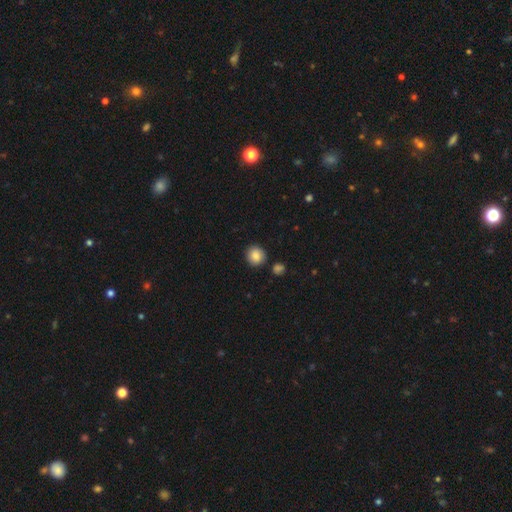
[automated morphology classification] The model was most divided on "smooth or featured": smooth: 86%, star or artifact: 9%, featured or disk: 5%. More confident: how rounded — round (90%); merging — none (88%).